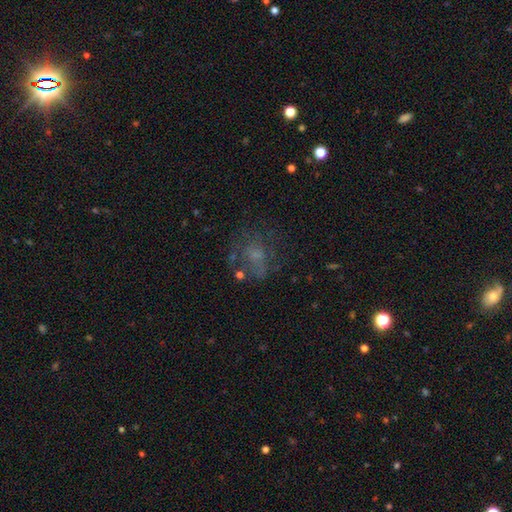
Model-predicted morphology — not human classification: Smooth or featured? Predicted: featured or disk (p=0.39). Merging? Predicted: none (p=0.51).